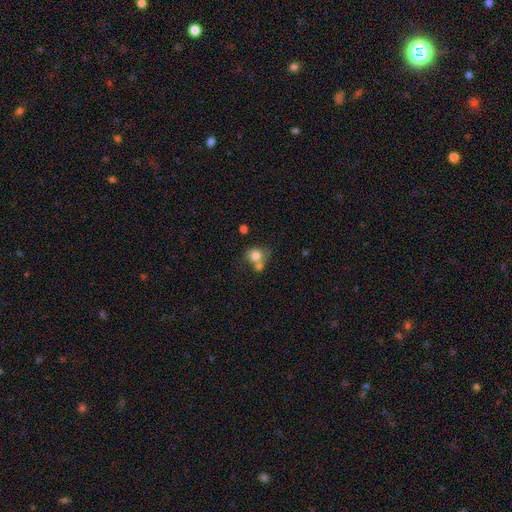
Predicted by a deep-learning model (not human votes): Q: Smooth or featured?
A: smooth (78%); runner-up: featured or disk (12%)
Q: How rounded?
A: round (74%); runner-up: in between (25%)
Q: Merging?
A: merger (43%); runner-up: none (39%)